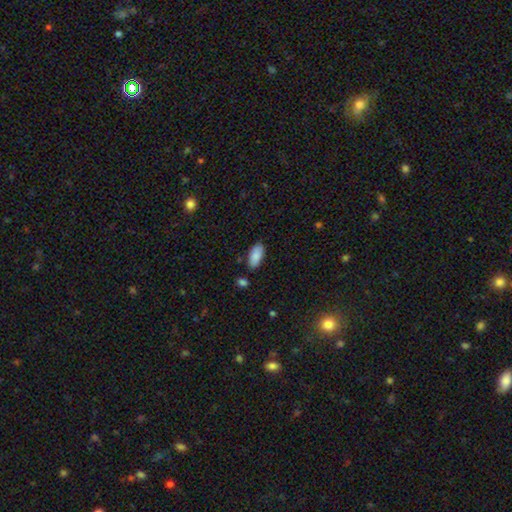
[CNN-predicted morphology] Overall: smooth (88%). How rounded: in between (90%). Merging: none (83%).